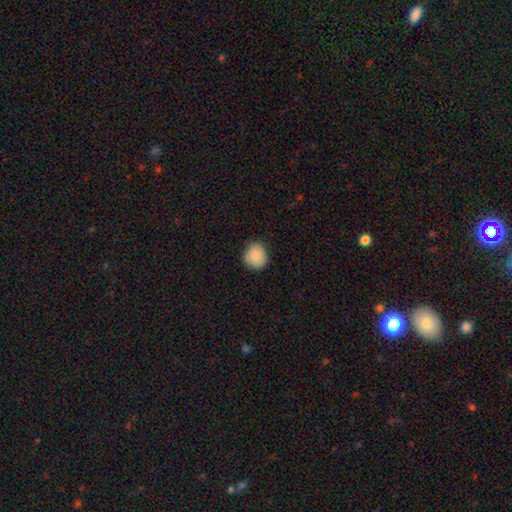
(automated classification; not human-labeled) Morphology: type=smooth (84%); roundness=round (87%); merging=none (81%).